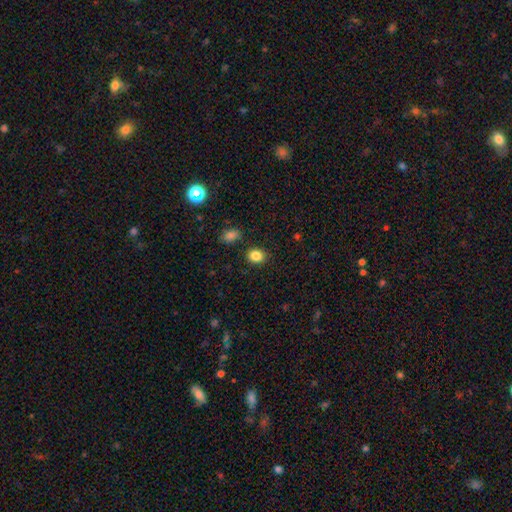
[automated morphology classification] Smooth or featured? smooth (86%)
How rounded? round (52%)
Merging? none (86%)